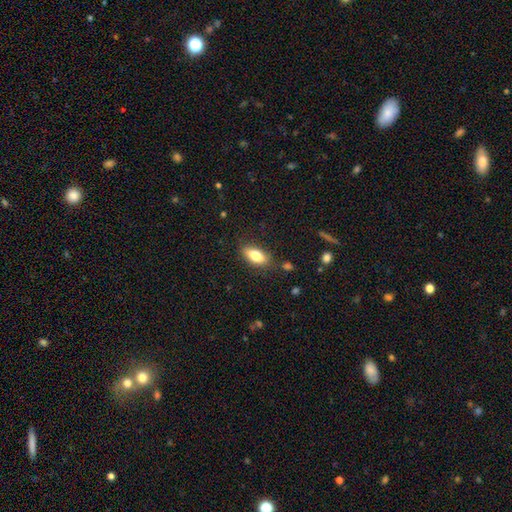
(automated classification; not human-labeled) Smooth or featured: smooth — 80% (featured or disk — 13%)
How rounded: in between — 85% (cigar-shaped — 12%)
Merging: none — 82% (minor disturbance — 13%)